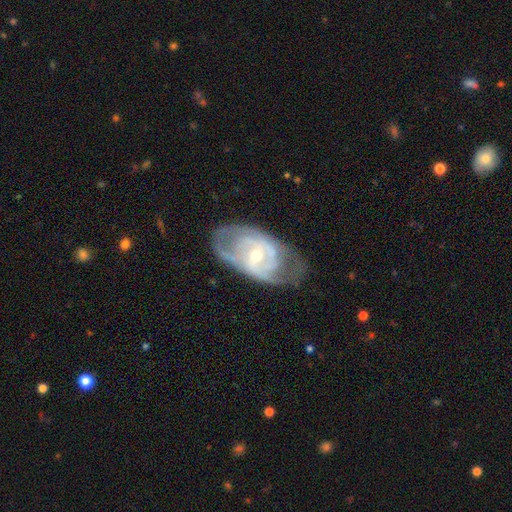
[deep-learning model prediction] Overall: featured or disk (83%). Edge-on disk: no (94%). Bar: no (47%; weak 37%). Spiral arms: yes (84%). Spiral arm count: 2 (49%; can't tell 30%). Spiral winding: tight (49%; medium 38%). Bulge size: small (50%; moderate 47%). Merging: none (63%).